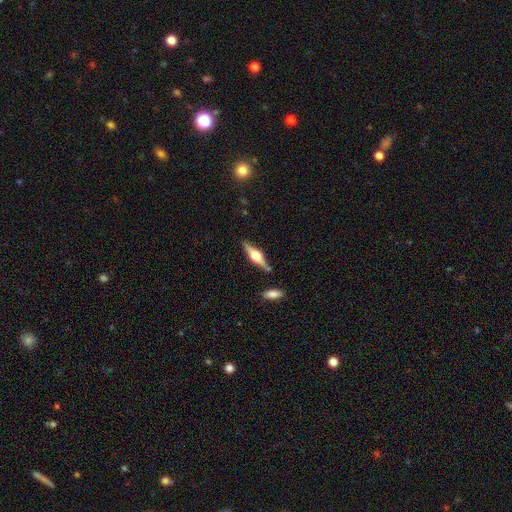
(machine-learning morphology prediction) This appears to be a featured or disk galaxy (73%) viewed edge-on (97%) with a rounded central bulge (94%). Merging: none (83%).